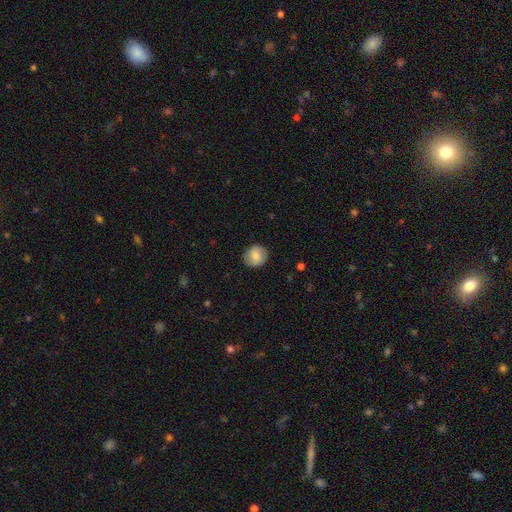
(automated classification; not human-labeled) smooth-or-featured: smooth: 81% | featured or disk: 12% | star or artifact: 7%
  how-rounded: round: 84% | in between: 15% | cigar-shaped: 1%
  merging: none: 88% | minor disturbance: 8% | major disturbance: 2% | merger: 1%